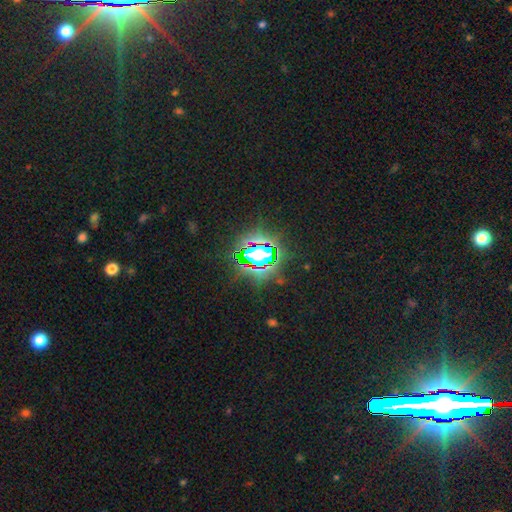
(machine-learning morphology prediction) smooth_or_featured: star or artifact (p=0.78) [alt: smooth p=0.13]